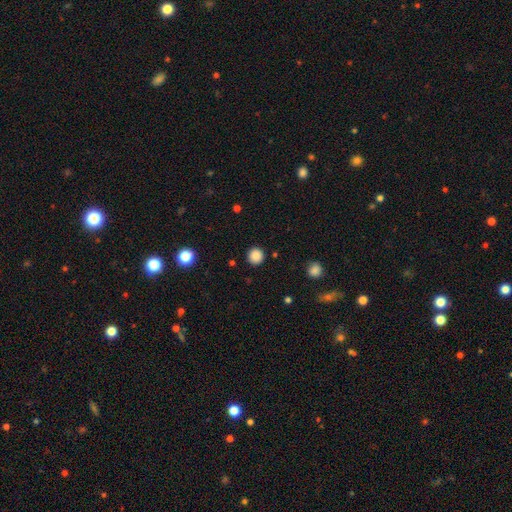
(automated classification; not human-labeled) A smooth galaxy with no disk features (87%) that is round (94%). Merging: none (91%).